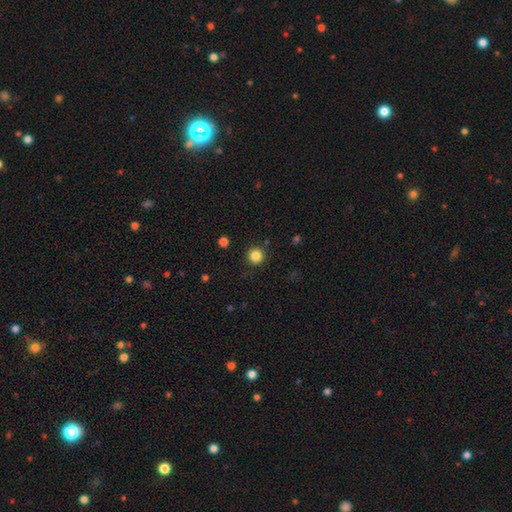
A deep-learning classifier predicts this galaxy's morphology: This is clearly a smooth galaxy (85%). How rounded: clearly round (95%). Merging: clearly none (90%).